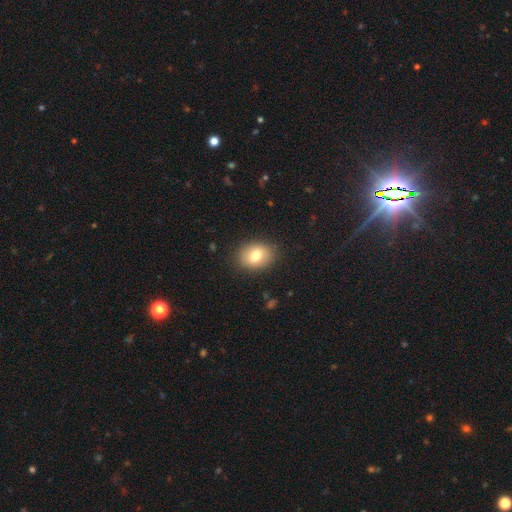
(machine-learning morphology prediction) smooth-or-featured: smooth: 76% | featured or disk: 15% | star or artifact: 9%
  how-rounded: in between: 57% | round: 42% | cigar-shaped: 1%
  merging: none: 88% | minor disturbance: 9% | major disturbance: 3% | merger: 1%